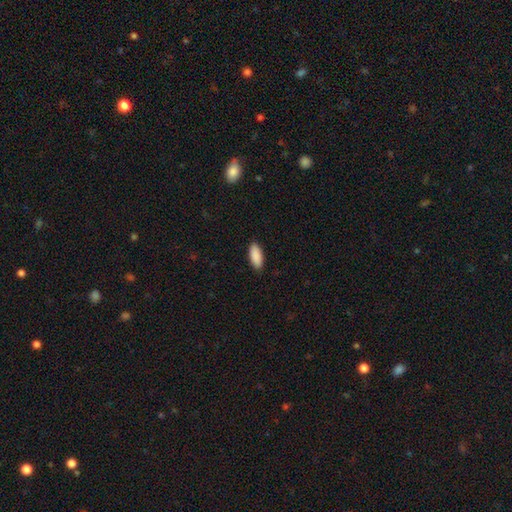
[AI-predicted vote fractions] Smooth or featured? smooth (91%)
How rounded? in between (82%)
Merging? none (90%)